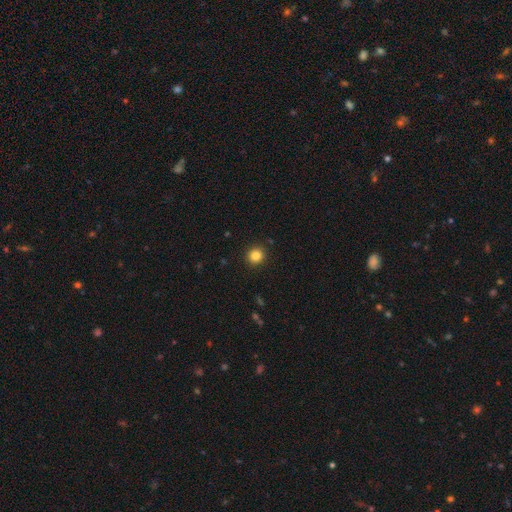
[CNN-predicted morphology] smooth_or_featured: smooth (p=0.84) [alt: star or artifact p=0.11]
how_rounded: round (p=0.91) [alt: in between p=0.09]
merging: none (p=0.92) [alt: minor disturbance p=0.05]